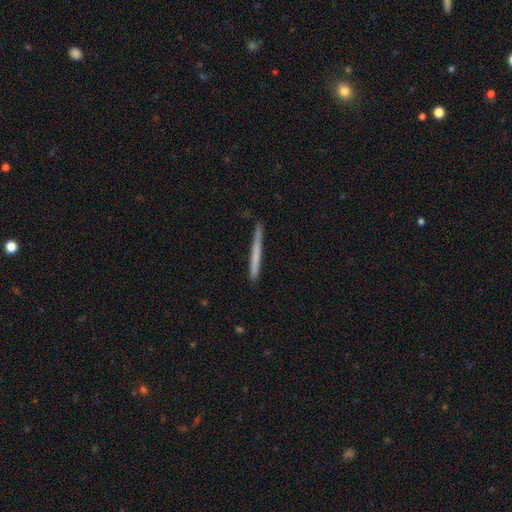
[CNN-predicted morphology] Smooth or featured?
  - smooth: 59% *
  - featured or disk: 36%
  - star or artifact: 6%
How rounded?
  - cigar-shaped: 97% *
  - in between: 1%
  - round: 1%
Merging?
  - none: 89% *
  - minor disturbance: 8%
  - major disturbance: 1%
  - merger: 1%